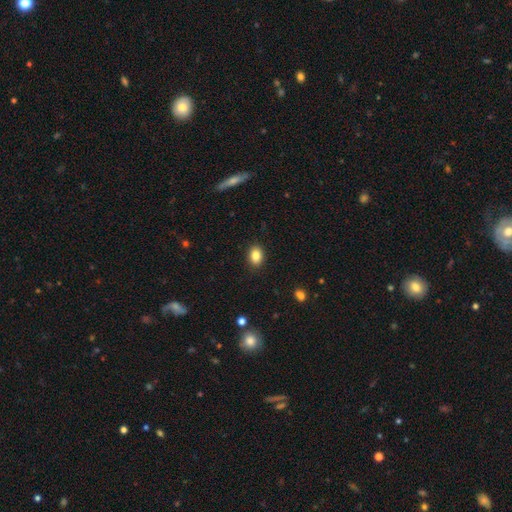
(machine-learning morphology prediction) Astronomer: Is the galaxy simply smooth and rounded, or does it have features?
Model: smooth — 85%.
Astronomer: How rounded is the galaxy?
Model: in between — 76%.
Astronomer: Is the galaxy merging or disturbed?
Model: none — 89%.